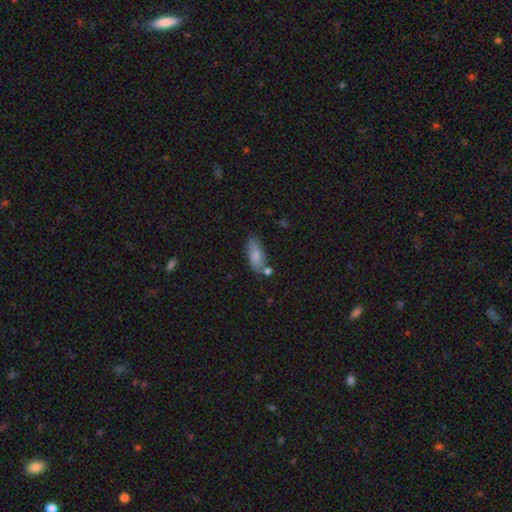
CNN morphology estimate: Smooth or featured? Predicted: smooth (p=0.81). How rounded? Predicted: in between (p=0.76). Merging? Predicted: none (p=0.64).